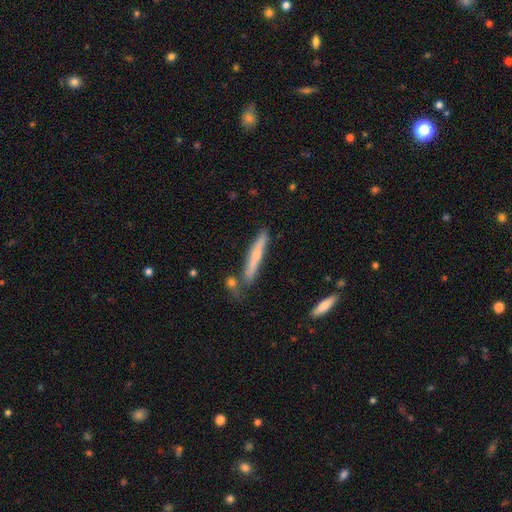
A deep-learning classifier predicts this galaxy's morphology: A smooth galaxy with no disk features (55%) that is cigar-shaped (95%). Merging: none (74%).